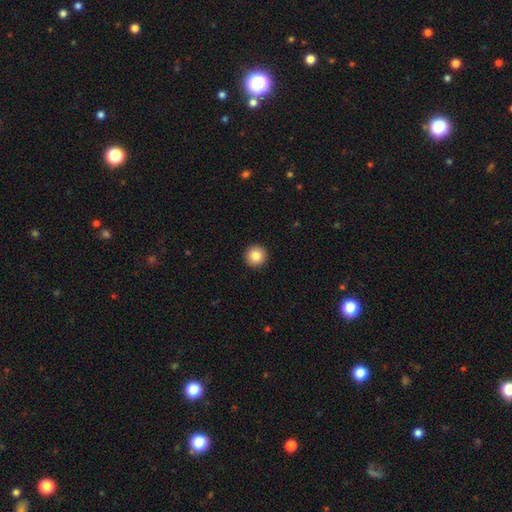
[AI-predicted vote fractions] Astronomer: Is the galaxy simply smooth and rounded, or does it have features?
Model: smooth — 85%.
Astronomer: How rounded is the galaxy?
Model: round — 95%.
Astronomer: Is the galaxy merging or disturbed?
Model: none — 94%.